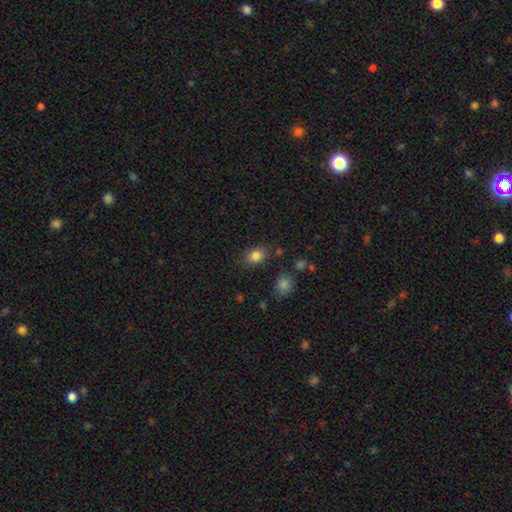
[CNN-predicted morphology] smooth_or_featured: smooth (p=0.83) [alt: star or artifact p=0.11]
how_rounded: in between (p=0.66) [alt: round p=0.33]
merging: none (p=0.80) [alt: minor disturbance p=0.13]